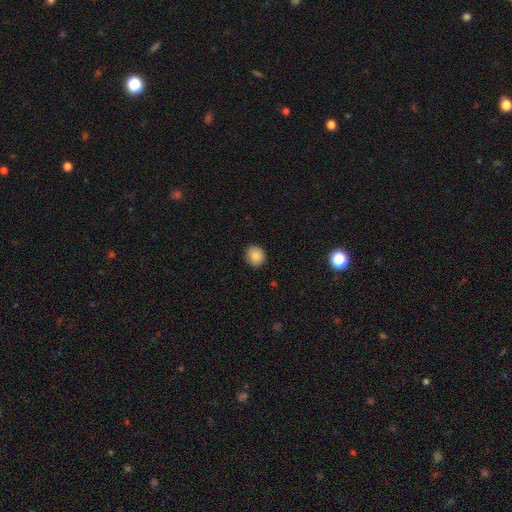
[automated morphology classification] Overall: smooth (87%). How rounded: round (85%). Merging: none (88%).